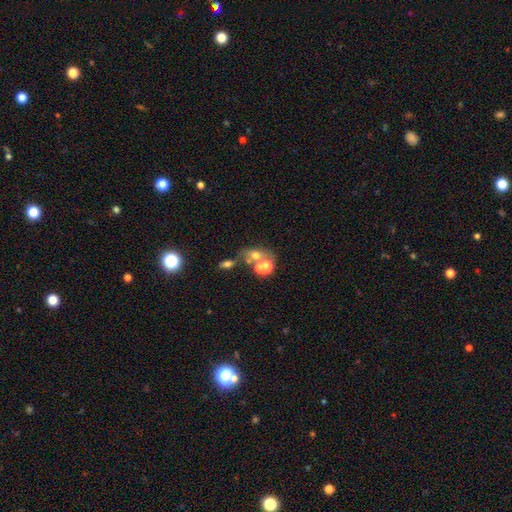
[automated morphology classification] Smooth or featured? Predicted: smooth (p=0.56). How rounded? Predicted: in between (p=0.55). Merging? Predicted: merger (p=0.50).